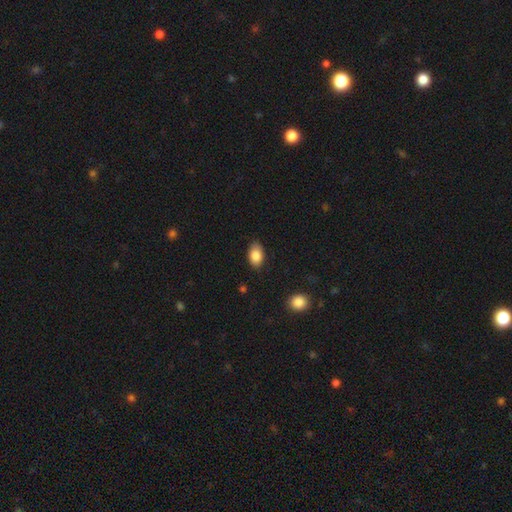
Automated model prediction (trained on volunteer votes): Smooth or featured: smooth — 86% (star or artifact — 7%)
How rounded: in between — 89% (round — 10%)
Merging: none — 83% (minor disturbance — 14%)